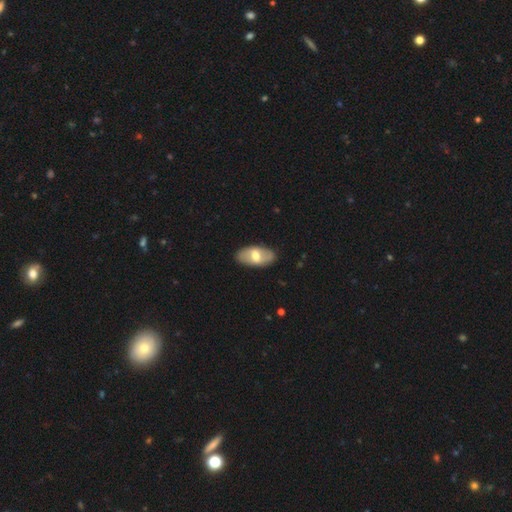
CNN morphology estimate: This is possibly a smooth galaxy (55%). How rounded: clearly in between (93%). Merging: clearly none (86%).